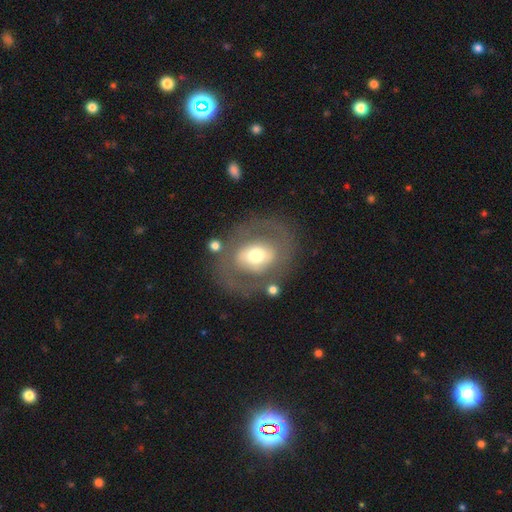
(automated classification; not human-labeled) smooth-or-featured: featured or disk: 56% | smooth: 37% | star or artifact: 7%
  disk-edge-on: no: 94% | yes: 6%
    bar: no: 57% | weak: 24% | strong: 18%
    has-spiral-arms: no: 74% | yes: 26%
    bulge-size: moderate: 60% | large: 22% | small: 13% | dominant: 3% | none: 1%
  merging: none: 71% | minor disturbance: 13% | major disturbance: 11% | merger: 5%